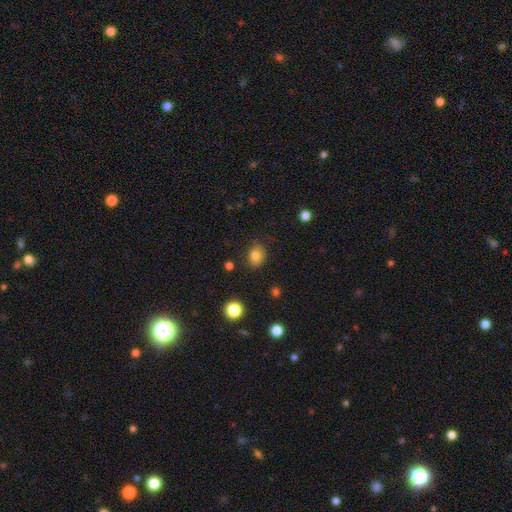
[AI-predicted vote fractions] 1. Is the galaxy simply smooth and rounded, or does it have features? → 81% smooth, 12% star or artifact, 8% featured or disk.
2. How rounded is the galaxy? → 50% in between, 49% round, 1% cigar-shaped.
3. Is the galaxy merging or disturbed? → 82% none, 13% minor disturbance, 3% major disturbance, 2% merger.